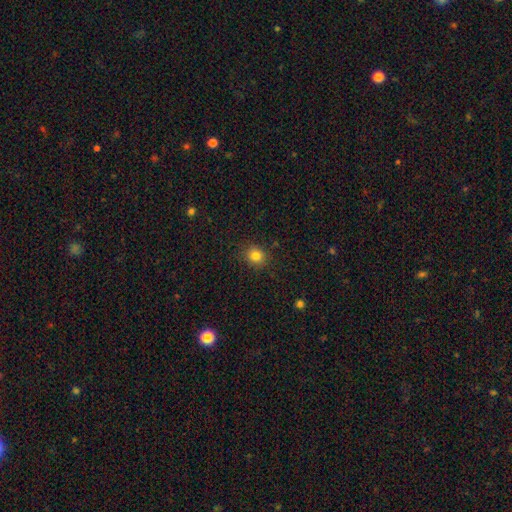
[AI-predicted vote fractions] Morphology: type=smooth (81%); roundness=round (80%); merging=none (87%).